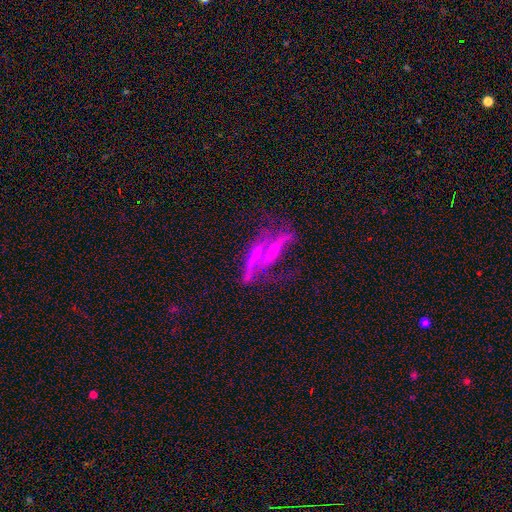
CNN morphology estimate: This is likely a featured or disk galaxy (63%). It is possibly not viewed edge-on (54%). Merging: marginally none (34%).